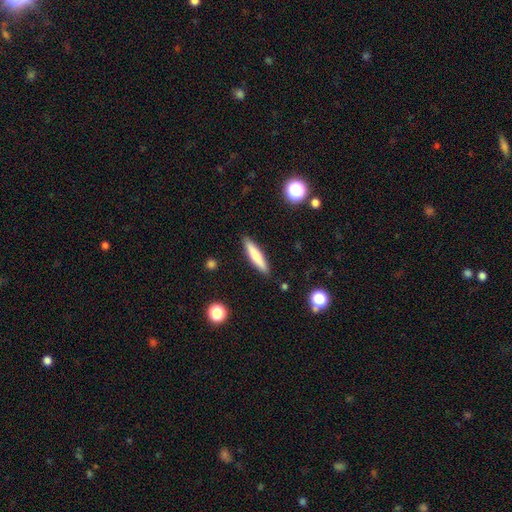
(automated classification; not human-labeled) Smooth or featured: smooth — 74% (featured or disk — 20%)
How rounded: cigar-shaped — 84% (in between — 14%)
Merging: none — 90% (minor disturbance — 7%)